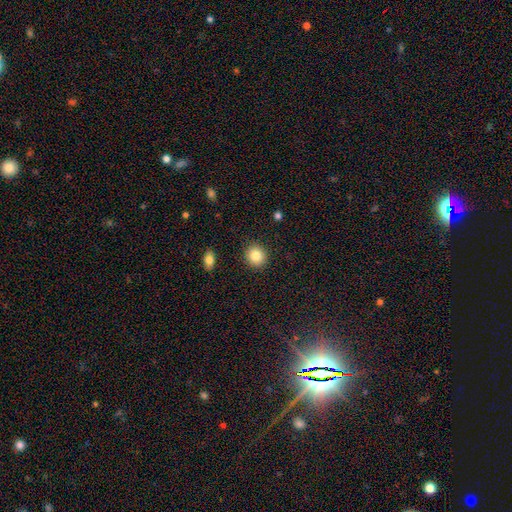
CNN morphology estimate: type=smooth (84%); roundness=round (87%); merging=none (91%).